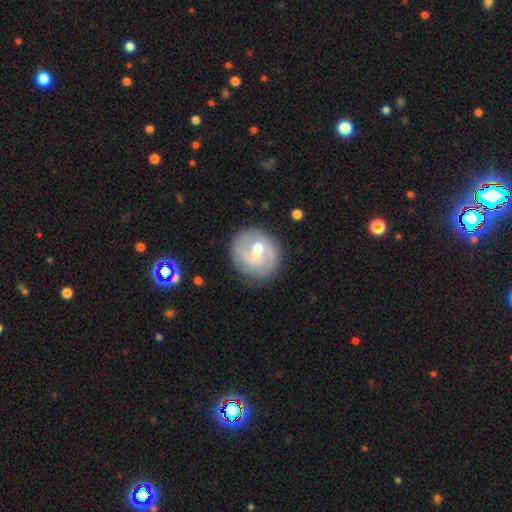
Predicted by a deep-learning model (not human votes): Smooth or featured: featured or disk — 72% (smooth — 21%)
Edge-on disk: no — 97% (yes — 3%)
Bar: weak — 53% (no — 30%)
Spiral arms: yes — 84% (no — 16%)
Spiral winding: tight — 43% (medium — 38%)
Spiral arm count: 2 — 53% (can't tell — 27%)
Bulge size: moderate — 54% (small — 42%)
Merging: none — 74% (minor disturbance — 17%)